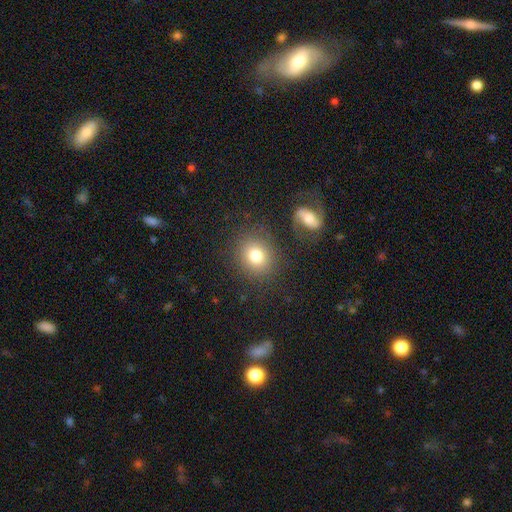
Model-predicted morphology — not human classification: A smooth galaxy with no disk features (79%) that is round (74%).

Vote fractions:
- Smooth or featured? smooth: 79% / star or artifact: 11% / featured or disk: 10%
- How rounded? round: 74% / in between: 25% / cigar-shaped: 1%
- Merging? none: 82% / minor disturbance: 9% / major disturbance: 4% / merger: 4%